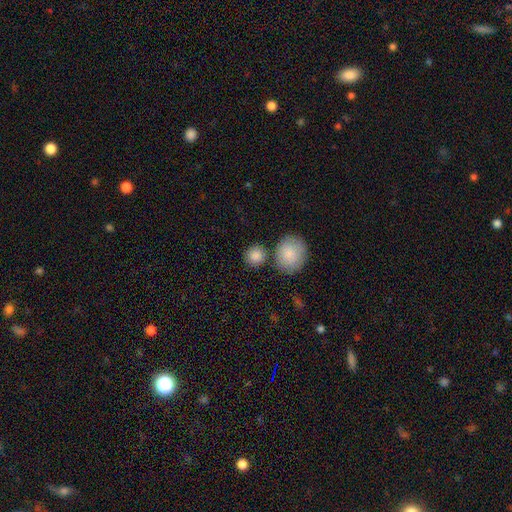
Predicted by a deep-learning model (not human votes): A smooth galaxy with no disk features (87%) that is round (86%).

Vote fractions:
- Smooth or featured? smooth: 87% / star or artifact: 7% / featured or disk: 5%
- How rounded? round: 86% / in between: 13% / cigar-shaped: 1%
- Merging? none: 72% / merger: 15% / minor disturbance: 10% / major disturbance: 3%